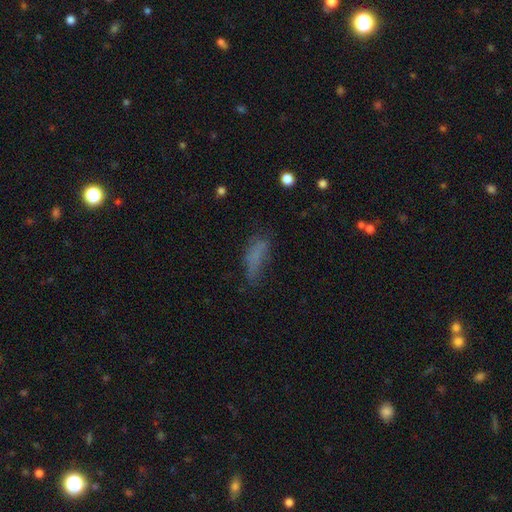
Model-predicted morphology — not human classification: Smooth or featured?
  - smooth: 65% *
  - featured or disk: 19%
  - star or artifact: 16%
How rounded?
  - in between: 57% *
  - cigar-shaped: 40%
  - round: 3%
Merging?
  - none: 46% *
  - minor disturbance: 28%
  - major disturbance: 23%
  - merger: 3%